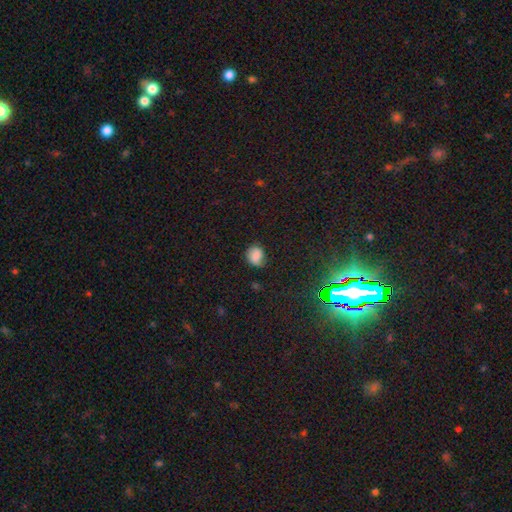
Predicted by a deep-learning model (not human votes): Overall: smooth (79%). How rounded: round (63%; in between 36%). Merging: none (69%).